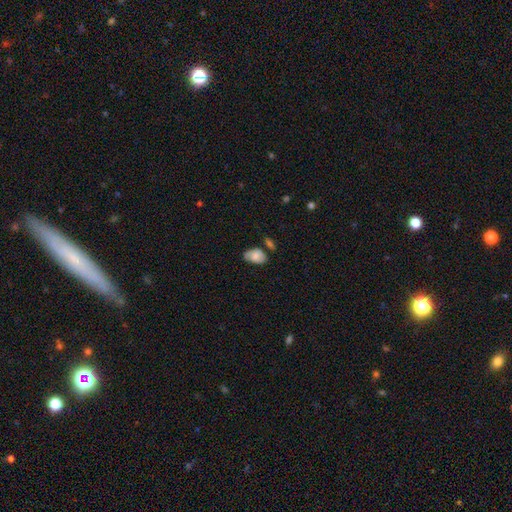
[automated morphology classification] Smooth or featured: smooth — 71% (featured or disk — 21%)
How rounded: in between — 89% (round — 10%)
Merging: none — 53% (minor disturbance — 30%)